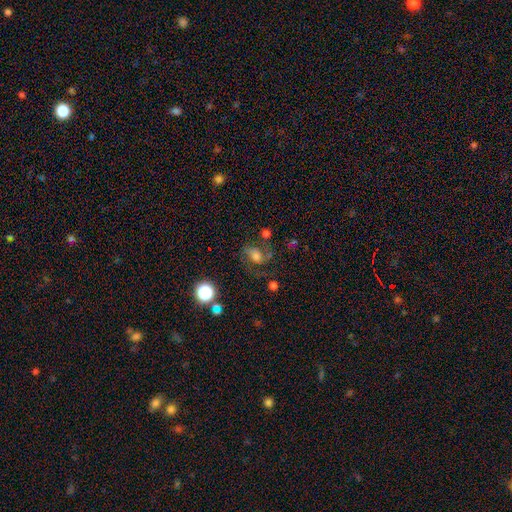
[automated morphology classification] Smooth or featured? Predicted: featured or disk (p=0.47). Merging? Predicted: none (p=0.53).